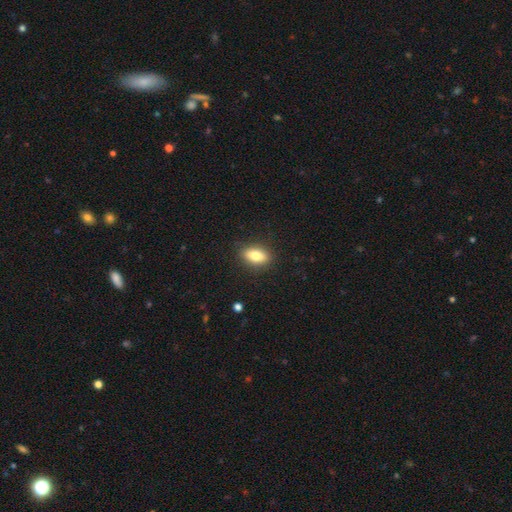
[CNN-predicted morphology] Q: Smooth or featured?
A: smooth (80%); runner-up: featured or disk (12%)
Q: How rounded?
A: in between (83%); runner-up: cigar-shaped (8%)
Q: Merging?
A: none (88%); runner-up: minor disturbance (9%)